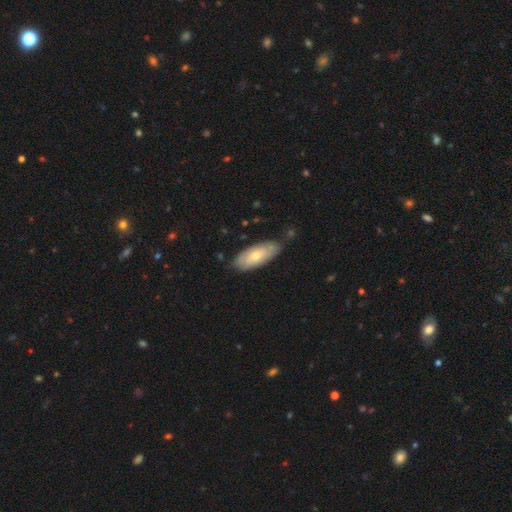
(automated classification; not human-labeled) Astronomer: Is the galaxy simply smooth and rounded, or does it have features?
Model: smooth — 59% (runner-up: featured or disk, 36%).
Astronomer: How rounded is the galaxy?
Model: in between — 84%.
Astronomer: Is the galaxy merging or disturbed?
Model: none — 77%.